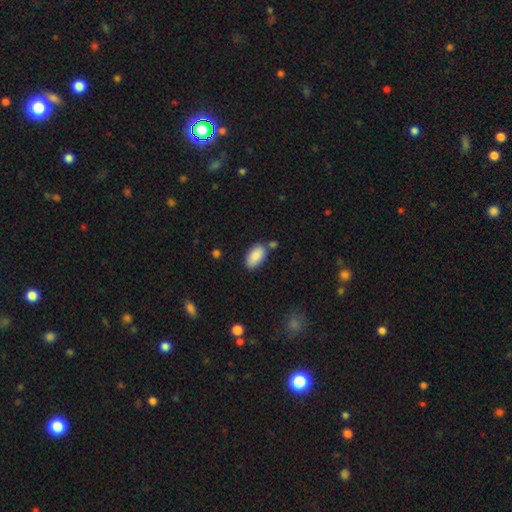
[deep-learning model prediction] smooth_or_featured: smooth (p=0.89) [alt: star or artifact p=0.06]
how_rounded: in between (p=0.94) [alt: round p=0.03]
merging: none (p=0.72) [alt: minor disturbance p=0.15]